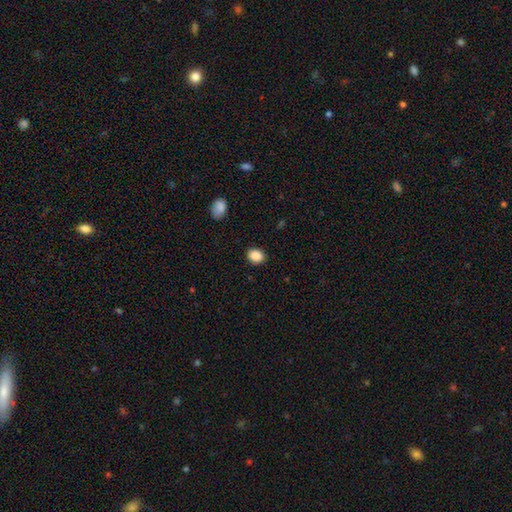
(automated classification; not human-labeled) This is clearly a smooth galaxy (89%). How rounded: possibly round (56%). Merging: clearly none (89%).